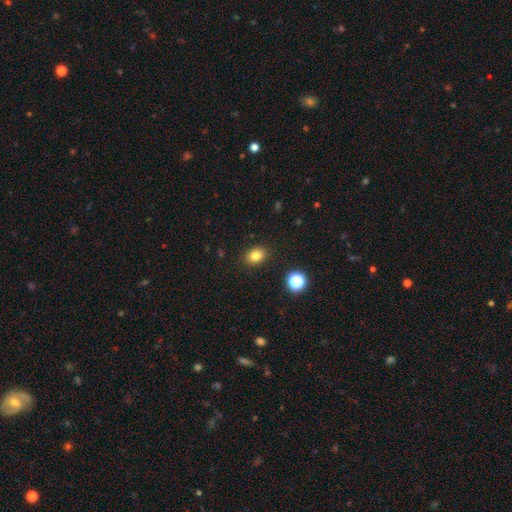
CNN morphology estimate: A smooth galaxy with no disk features (81%) that is in between round and cigar-shaped (57%).

Vote fractions:
- Smooth or featured? smooth: 81% / star or artifact: 13% / featured or disk: 7%
- How rounded? in between: 57% / round: 42% / cigar-shaped: 1%
- Merging? none: 88% / minor disturbance: 8% / major disturbance: 2% / merger: 2%